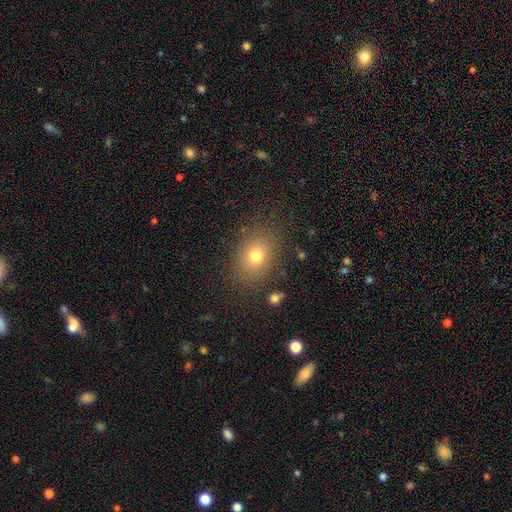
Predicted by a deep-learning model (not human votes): Q: Smooth or featured?
A: smooth (75%); runner-up: star or artifact (14%)
Q: How rounded?
A: in between (56%); runner-up: round (43%)
Q: Merging?
A: none (83%); runner-up: minor disturbance (11%)